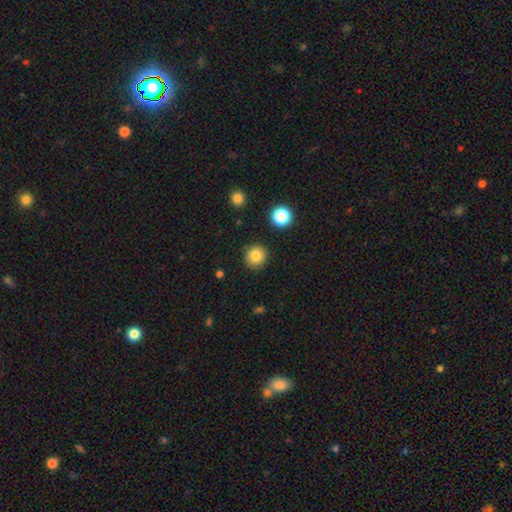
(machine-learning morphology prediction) Smooth or featured? Predicted: smooth (p=0.83). How rounded? Predicted: round (p=0.86). Merging? Predicted: none (p=0.87).